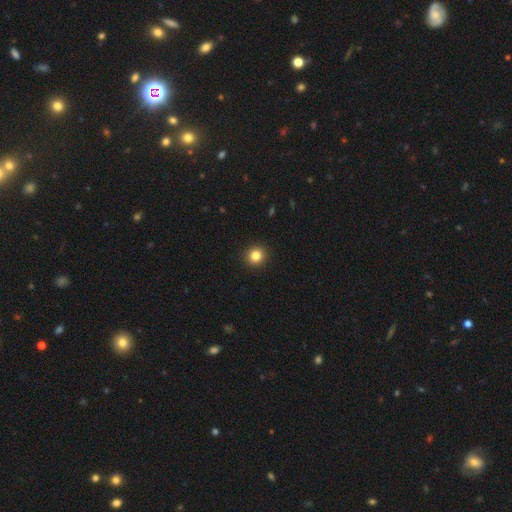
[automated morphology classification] smooth 83%, star or artifact 12%, featured or disk 5%. Down the decision tree: how rounded — round (90%); merging — none (93%).